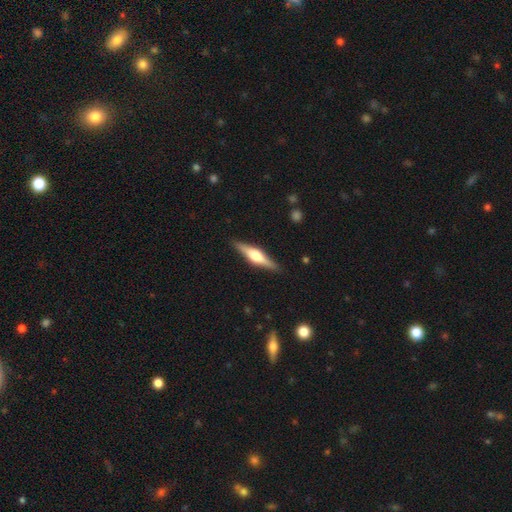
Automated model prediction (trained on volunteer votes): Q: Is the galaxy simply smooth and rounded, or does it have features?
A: featured or disk — 68%.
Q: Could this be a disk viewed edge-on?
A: yes — 97%.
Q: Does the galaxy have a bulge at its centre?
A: rounded — 89%.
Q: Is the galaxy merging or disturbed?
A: none — 89%.